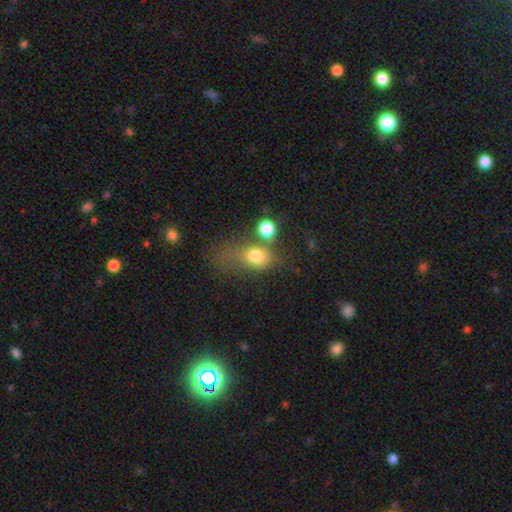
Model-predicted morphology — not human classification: Smooth or featured? smooth (73%)
How rounded? in between (56%)
Merging? merger (33%)